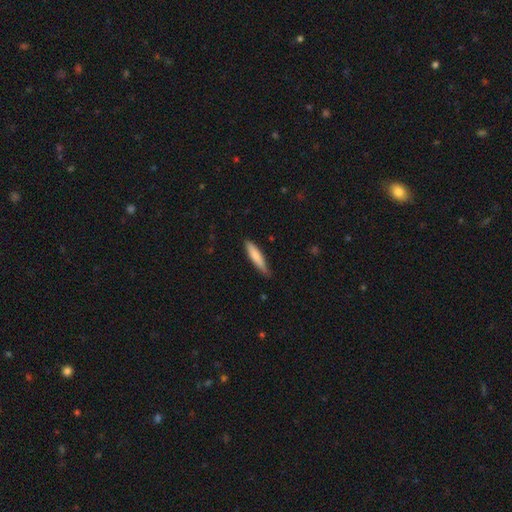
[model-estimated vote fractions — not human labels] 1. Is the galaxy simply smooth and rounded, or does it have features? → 79% smooth, 16% featured or disk, 5% star or artifact.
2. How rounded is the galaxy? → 83% cigar-shaped, 15% in between, 1% round.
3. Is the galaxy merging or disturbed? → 76% none, 20% minor disturbance, 2% major disturbance, 1% merger.